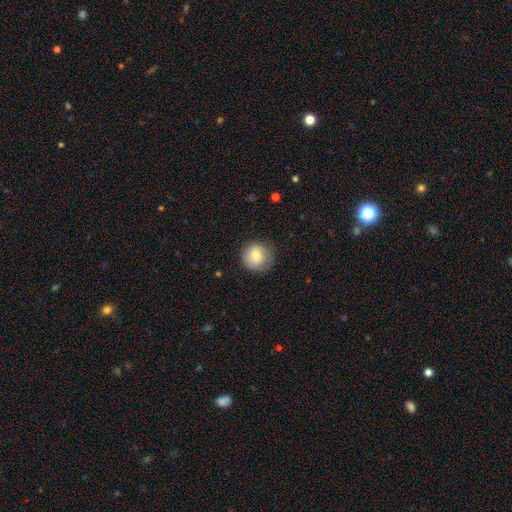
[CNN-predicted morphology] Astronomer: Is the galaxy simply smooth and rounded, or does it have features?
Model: smooth — 80%.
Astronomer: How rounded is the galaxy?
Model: round — 92%.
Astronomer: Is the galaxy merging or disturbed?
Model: none — 80%.